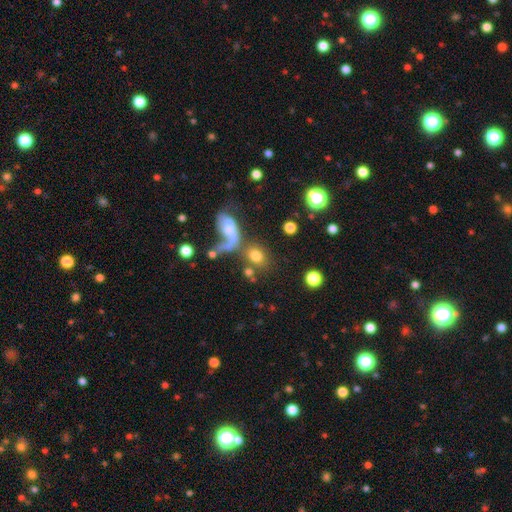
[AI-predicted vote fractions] Q: Smooth or featured?
A: smooth (73%); runner-up: featured or disk (14%)
Q: How rounded?
A: in between (50%); runner-up: round (47%)
Q: Merging?
A: none (46%); runner-up: merger (31%)